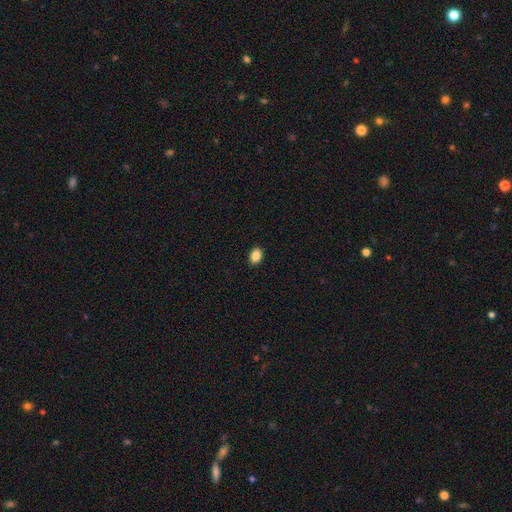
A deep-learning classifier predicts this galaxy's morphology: Smooth or featured: smooth — 87% (star or artifact — 9%)
How rounded: in between — 80% (round — 19%)
Merging: none — 90% (minor disturbance — 7%)